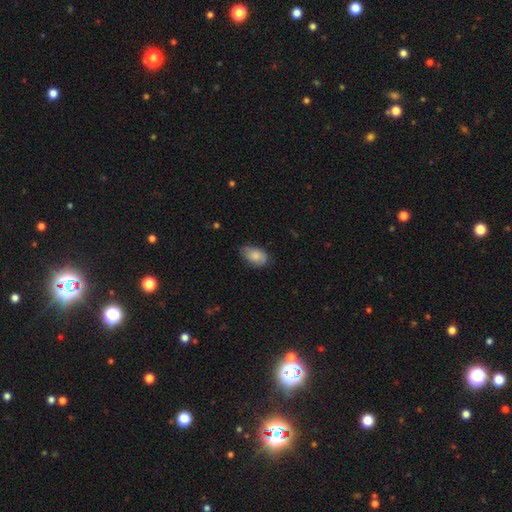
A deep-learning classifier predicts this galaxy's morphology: This appears to be a smooth galaxy with no disk features (83%) that is in between round and cigar-shaped (91%). Merging: none (71%).